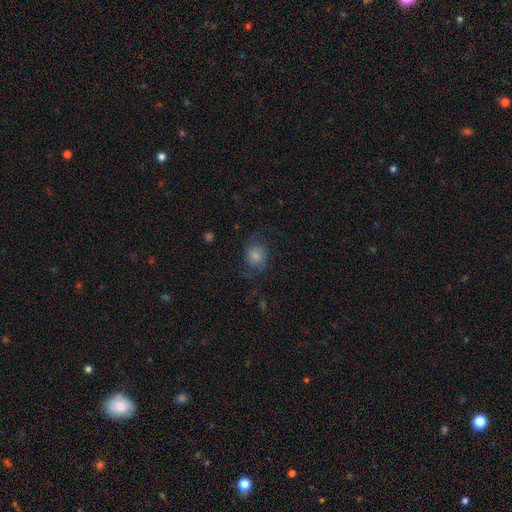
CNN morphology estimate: smooth-or-featured: smooth: 62% | featured or disk: 28% | star or artifact: 10%
  how-rounded: round: 54% | in between: 45% | cigar-shaped: 1%
  merging: none: 57% | minor disturbance: 23% | major disturbance: 19% | merger: 2%